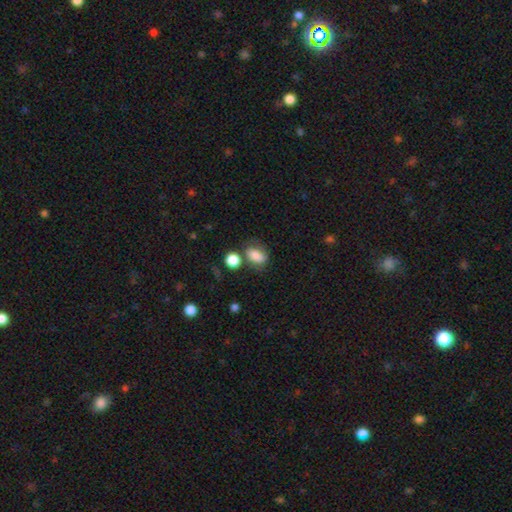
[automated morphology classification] Smooth or featured? Predicted: smooth (p=0.82). How rounded? Predicted: in between (p=0.78). Merging? Predicted: none (p=0.54).